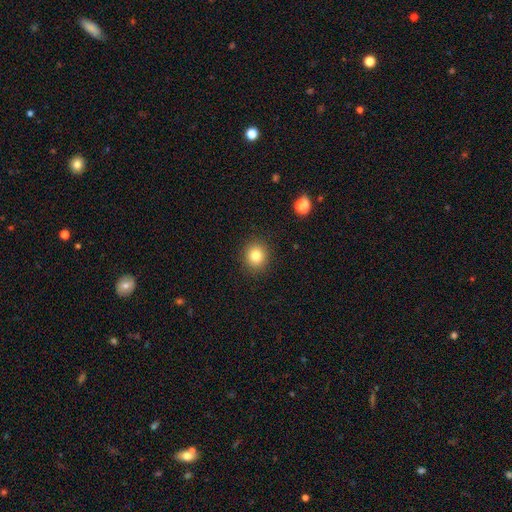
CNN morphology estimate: This appears to be a smooth galaxy with no disk features (82%) that is round (82%). Merging: none (90%).